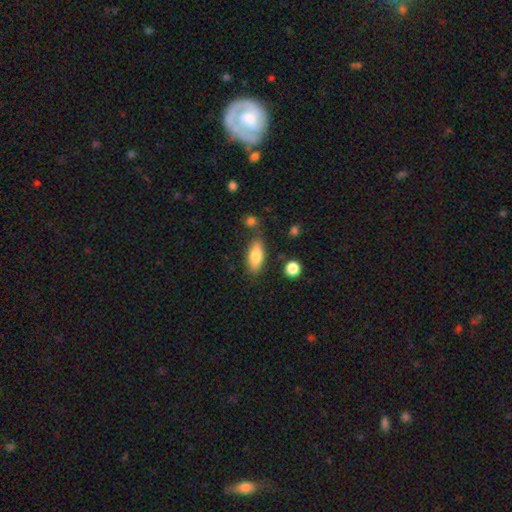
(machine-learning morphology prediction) This appears to be a smooth galaxy with no disk features (79%) that is in between round and cigar-shaped (82%). Merging: none (78%).